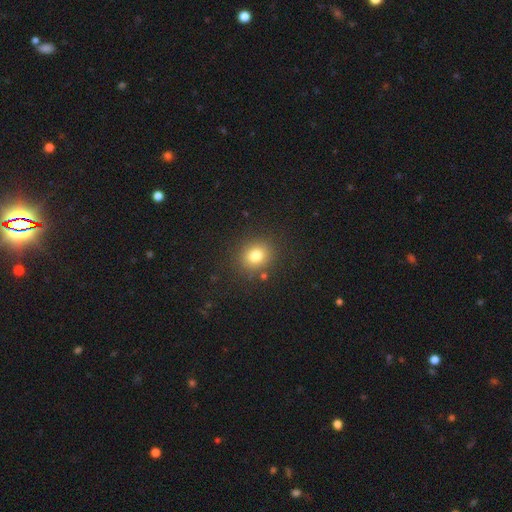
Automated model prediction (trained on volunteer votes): Smooth or featured? smooth (79%)
How rounded? round (73%)
Merging? none (85%)